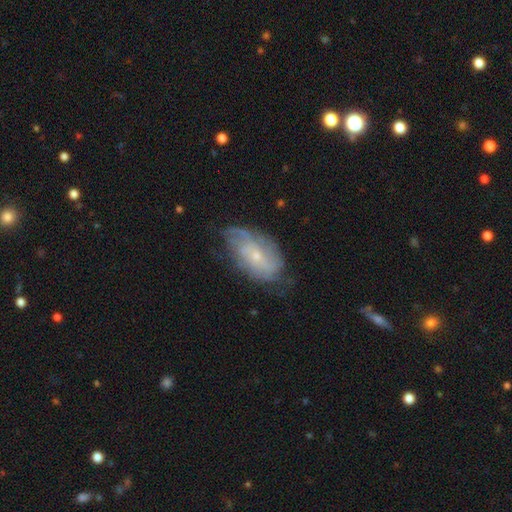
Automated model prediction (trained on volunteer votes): smooth_or_featured: featured or disk (p=0.67) [alt: smooth p=0.25]
disk_edge_on: no (p=0.94) [alt: yes p=0.06]
bar: no (p=0.72) [alt: weak p=0.23]
has_spiral_arms: yes (p=0.82) [alt: no p=0.18]
spiral_winding: tight (p=0.43) [alt: medium p=0.35]
spiral_arm_count: can't tell (p=0.49) [alt: 2 p=0.21]
bulge_size: small (p=0.75) [alt: moderate p=0.20]
merging: none (p=0.58) [alt: minor disturbance p=0.28]